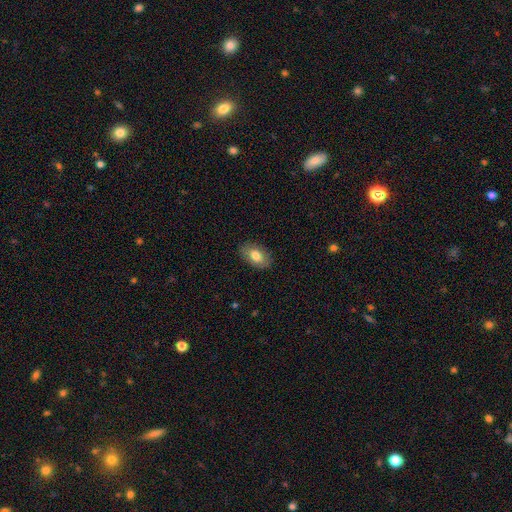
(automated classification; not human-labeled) smooth-or-featured: smooth: 78% | featured or disk: 15% | star or artifact: 7%
  how-rounded: in between: 90% | round: 8% | cigar-shaped: 1%
  merging: none: 86% | minor disturbance: 10% | major disturbance: 3% | merger: 1%